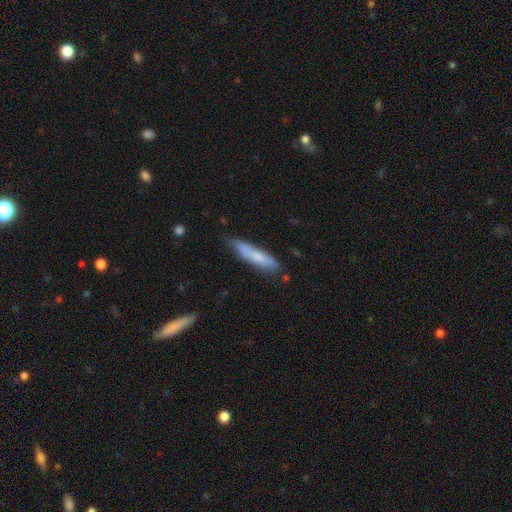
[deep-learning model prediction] Smooth or featured? smooth (71%)
How rounded? cigar-shaped (79%)
Merging? none (67%)